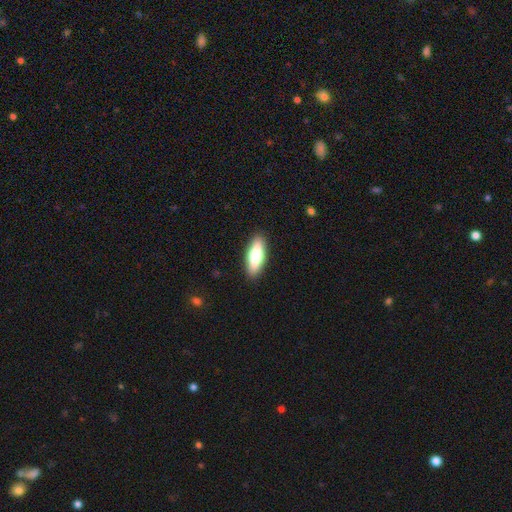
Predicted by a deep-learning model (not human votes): smooth 68%, featured or disk 26%, star or artifact 6%. Down the decision tree: how rounded — in between (58%); merging — none (90%).